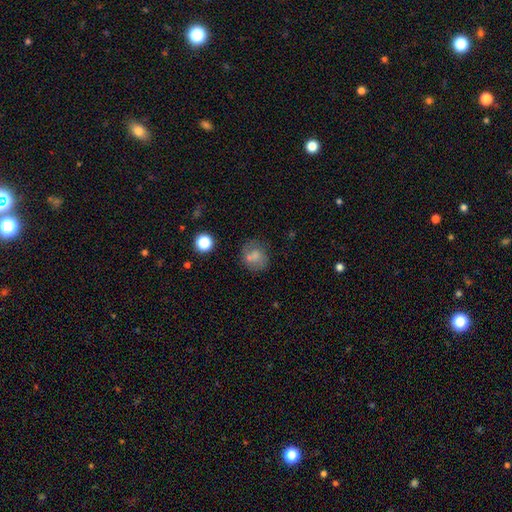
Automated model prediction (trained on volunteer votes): Smooth or featured?
  - smooth: 55% *
  - featured or disk: 28%
  - star or artifact: 17%
How rounded?
  - round: 73% *
  - in between: 26%
  - cigar-shaped: 1%
Merging?
  - none: 67% *
  - minor disturbance: 17%
  - merger: 9%
  - major disturbance: 7%